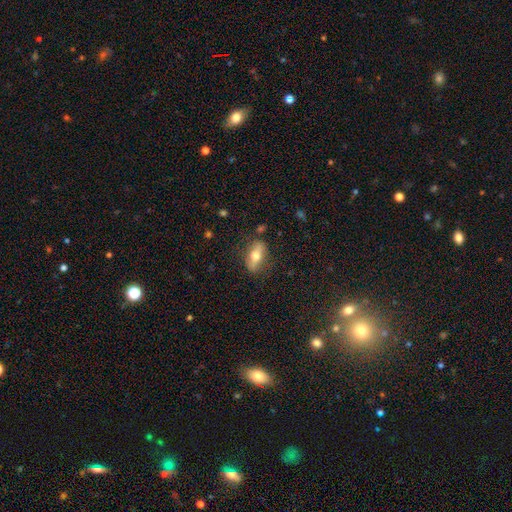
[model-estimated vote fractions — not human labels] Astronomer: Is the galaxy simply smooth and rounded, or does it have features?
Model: smooth — 55% (runner-up: featured or disk, 38%).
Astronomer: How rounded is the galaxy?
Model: in between — 72%.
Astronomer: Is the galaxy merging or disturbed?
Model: none — 81%.